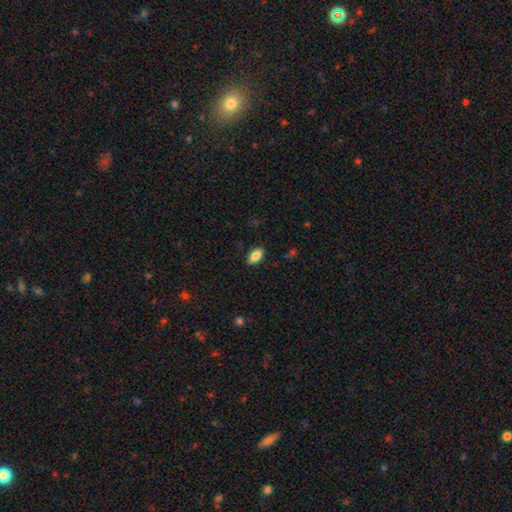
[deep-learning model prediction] The model was most divided on "smooth or featured": smooth: 85%, star or artifact: 8%, featured or disk: 7%. More confident: how rounded — in between (92%); merging — none (87%).